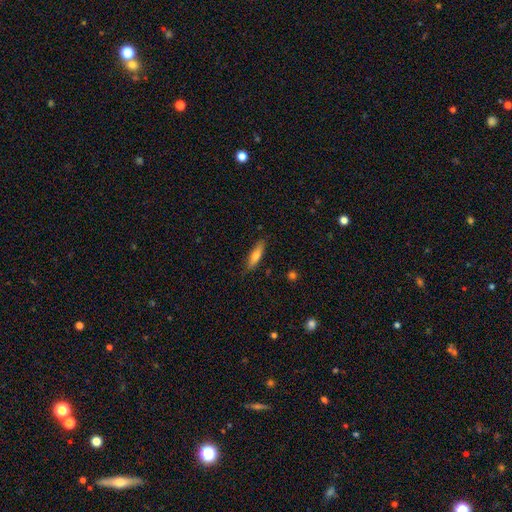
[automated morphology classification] This is likely a smooth galaxy (65%). How rounded: likely cigar-shaped (74%). Merging: clearly none (85%).